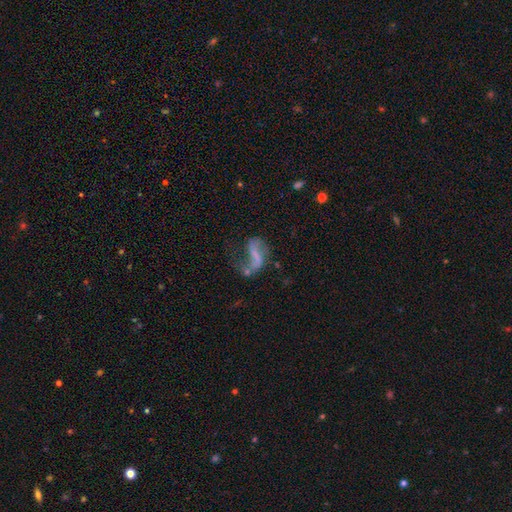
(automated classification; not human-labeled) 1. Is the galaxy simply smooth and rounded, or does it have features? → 65% featured or disk, 23% smooth, 12% star or artifact.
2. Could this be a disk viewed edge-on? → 96% no, 4% yes.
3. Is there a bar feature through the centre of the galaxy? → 34% strong (tied), 34% no (tied), 33% weak.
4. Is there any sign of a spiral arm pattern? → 72% yes, 28% no.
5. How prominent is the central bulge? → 68% none, 19% small, 8% moderate, 3% large, 2% dominant.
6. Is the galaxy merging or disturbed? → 37% major disturbance, 32% none, 17% minor disturbance, 13% merger.